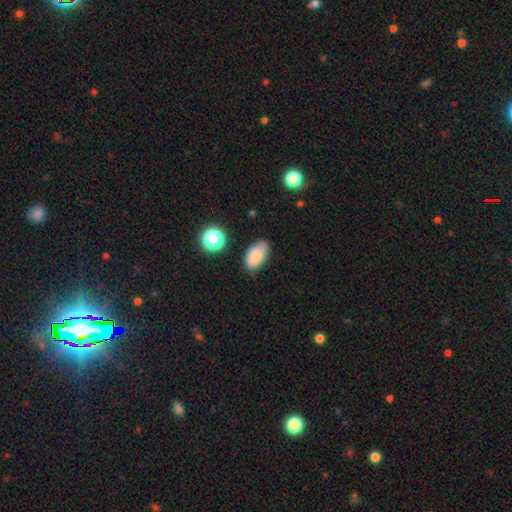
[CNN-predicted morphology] Smooth or featured? Predicted: smooth (p=0.82). How rounded? Predicted: in between (p=0.92). Merging? Predicted: none (p=0.77).